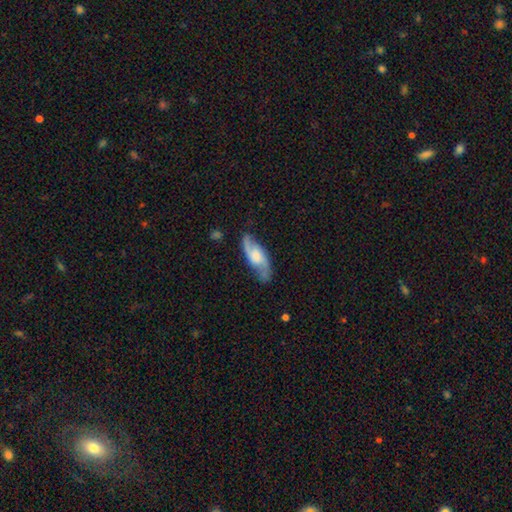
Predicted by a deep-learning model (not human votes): The model was most divided on "bulge size": moderate: 34%, large: 28%, none: 17%, small: 17%, dominant: 3%. Remaining: spiral arms — yes (95%); spiral arm count — 2 (91%); edge-on disk — no (90%); merging — none (78%); smooth or featured — featured or disk (76%); bar — no (54%); spiral winding — loose (48%).